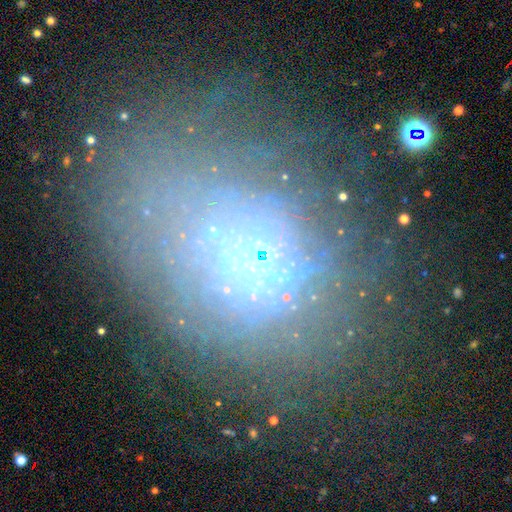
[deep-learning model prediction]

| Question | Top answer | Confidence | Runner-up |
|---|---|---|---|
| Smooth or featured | featured or disk | 38% | star or artifact (32%) |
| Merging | none | 56% | major disturbance (20%) |